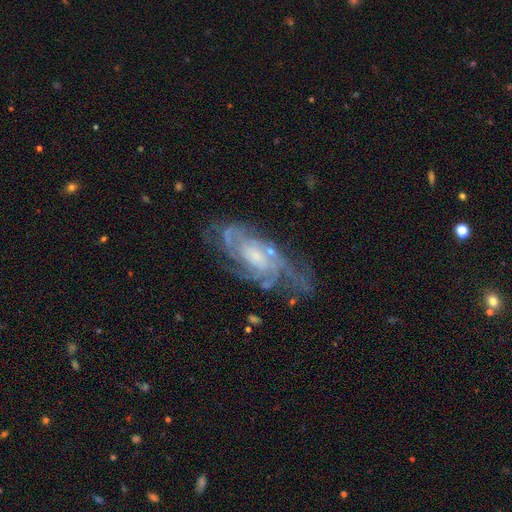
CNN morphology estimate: featured or disk 85%, smooth 8%, star or artifact 7%. Down the decision tree: edge-on disk — no (93%); bar — no (59%); spiral arms — yes (94%); spiral arm count — can't tell (35%); spiral winding — tight (55%); bulge size — small (52%); merging — none (63%).